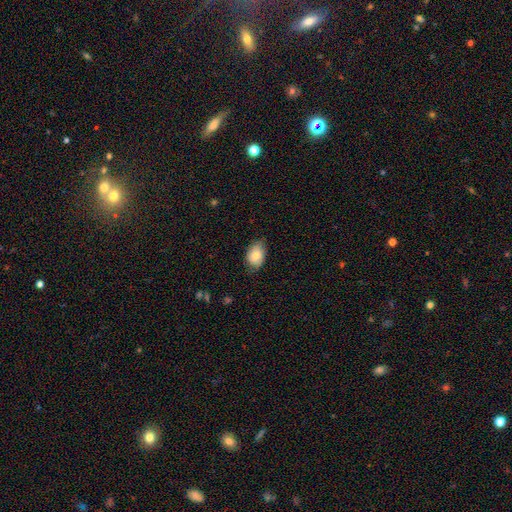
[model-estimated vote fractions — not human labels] A smooth galaxy with no disk features (82%) that is in between round and cigar-shaped (82%).

Vote fractions:
- Smooth or featured? smooth: 82% / featured or disk: 11% / star or artifact: 7%
- How rounded? in between: 82% / round: 17% / cigar-shaped: 1%
- Merging? none: 67% / minor disturbance: 27% / major disturbance: 5% / merger: 1%